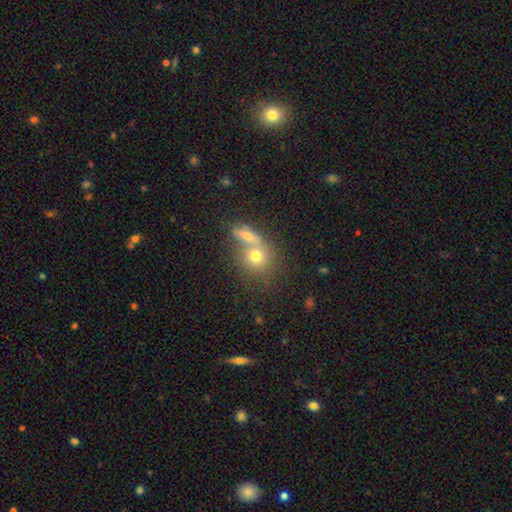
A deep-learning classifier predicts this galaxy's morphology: Smooth or featured: smooth — 71% (featured or disk — 18%)
How rounded: round — 77% (in between — 20%)
Merging: merger — 47% (none — 41%)